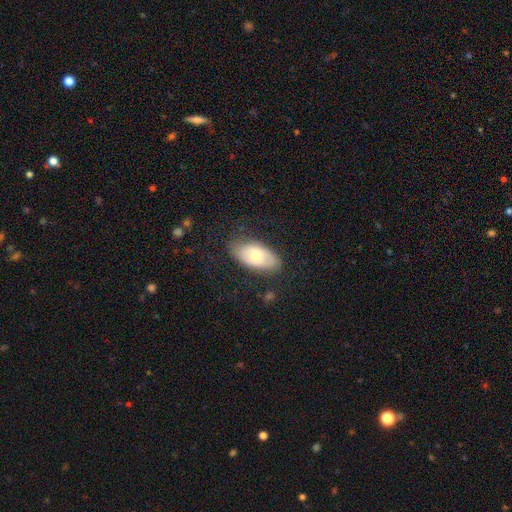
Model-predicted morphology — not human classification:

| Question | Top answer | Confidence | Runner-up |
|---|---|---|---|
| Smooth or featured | smooth | 58% | featured or disk (36%) |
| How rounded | in between | 92% | round (4%) |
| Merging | none | 75% | minor disturbance (18%) |